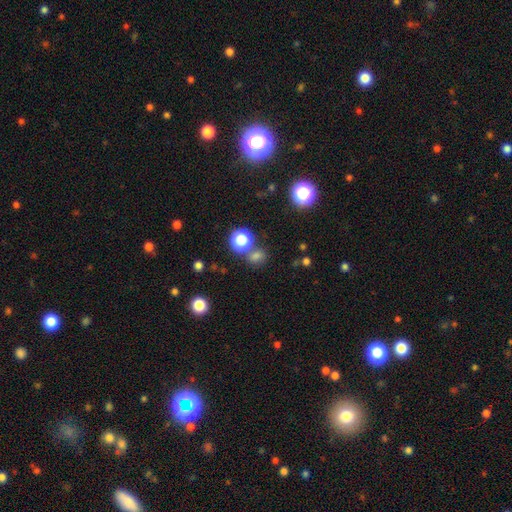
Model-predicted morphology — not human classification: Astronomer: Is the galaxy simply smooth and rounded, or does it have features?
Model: smooth — 68%.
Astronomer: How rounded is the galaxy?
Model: round — 61% (runner-up: in between, 38%).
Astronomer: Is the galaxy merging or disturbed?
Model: none — 66%.